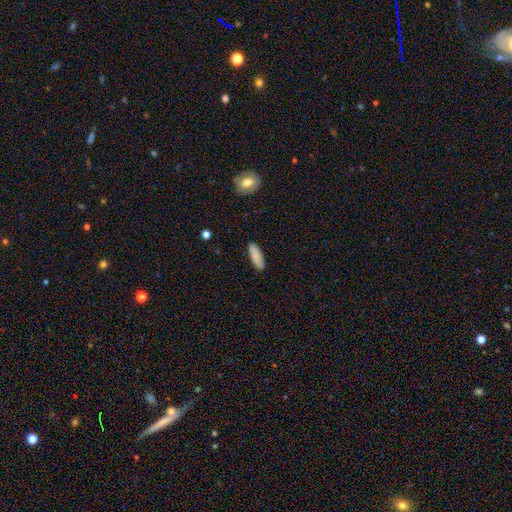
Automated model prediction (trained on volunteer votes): Smooth or featured: smooth — 86% (featured or disk — 8%)
How rounded: in between — 55% (cigar-shaped — 43%)
Merging: none — 88% (minor disturbance — 9%)